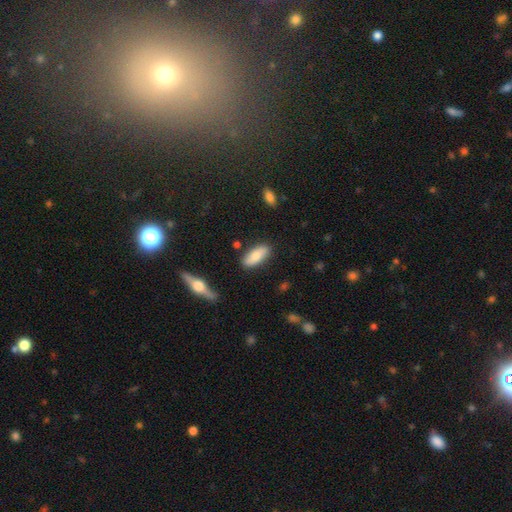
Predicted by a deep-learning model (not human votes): smooth 77%, featured or disk 17%, star or artifact 6%. Down the decision tree: how rounded — in between (77%); merging — none (83%).